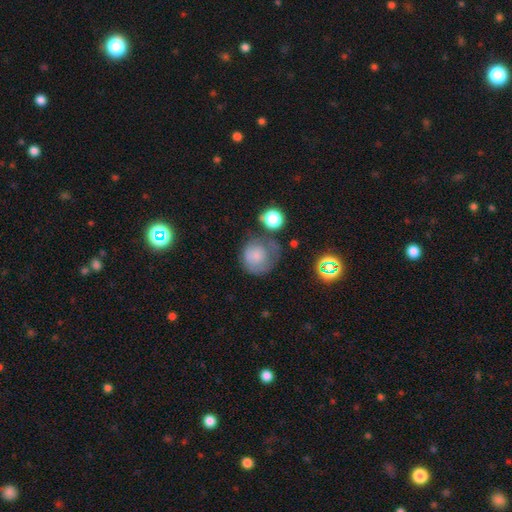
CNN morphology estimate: smooth_or_featured: smooth (p=0.69) [alt: featured or disk p=0.20]
how_rounded: round (p=0.87) [alt: in between p=0.12]
merging: none (p=0.43) [alt: minor disturbance p=0.26]